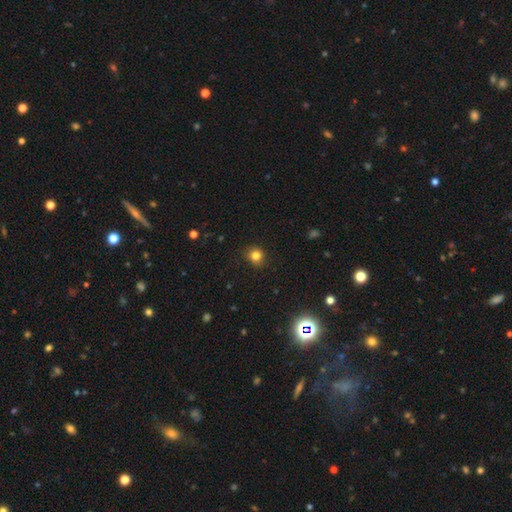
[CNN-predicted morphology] Overall: smooth (81%). How rounded: round (87%). Merging: none (87%).